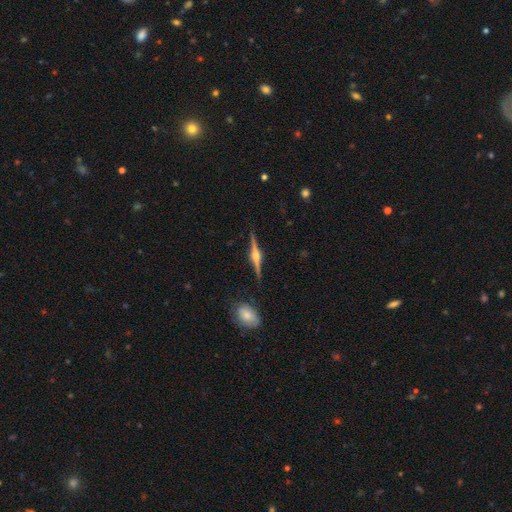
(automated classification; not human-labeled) A featured or disk galaxy (85%) viewed edge-on (98%) with a rounded central bulge (90%).

Vote fractions:
- Smooth or featured? featured or disk: 85% / smooth: 10% / star or artifact: 5%
- Edge-on disk? yes: 98% / no: 2%
- Edge-on bulge? rounded: 90% / boxy: 7% / none: 2%
- Merging? none: 89% / minor disturbance: 8% / merger: 2% / major disturbance: 2%